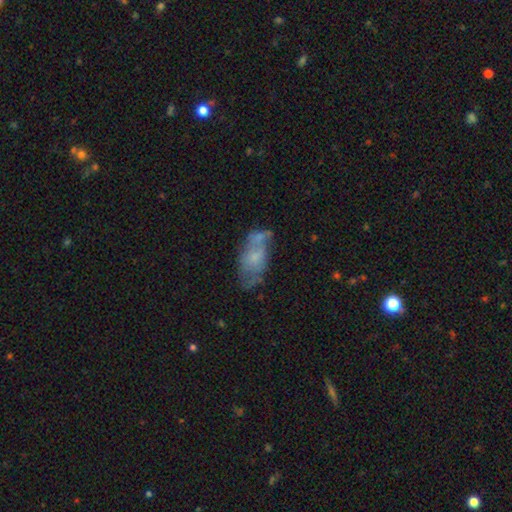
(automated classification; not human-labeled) Morphology: type=smooth (48%); merging=none (36%).